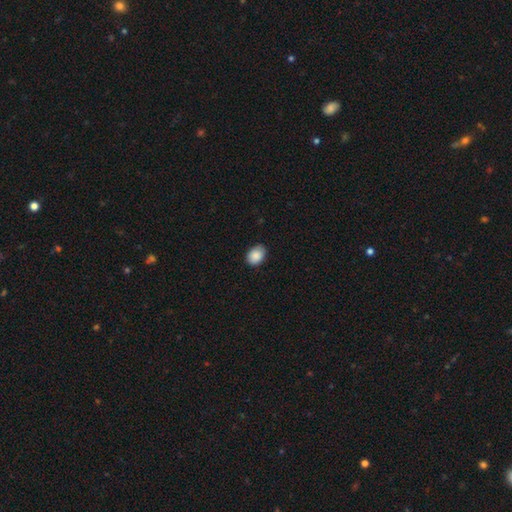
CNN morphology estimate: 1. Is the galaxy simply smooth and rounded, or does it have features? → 89% smooth, 7% star or artifact, 4% featured or disk.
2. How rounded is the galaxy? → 69% in between, 30% round, 1% cigar-shaped.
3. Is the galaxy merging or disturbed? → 82% none, 15% minor disturbance, 2% major disturbance, 1% merger.